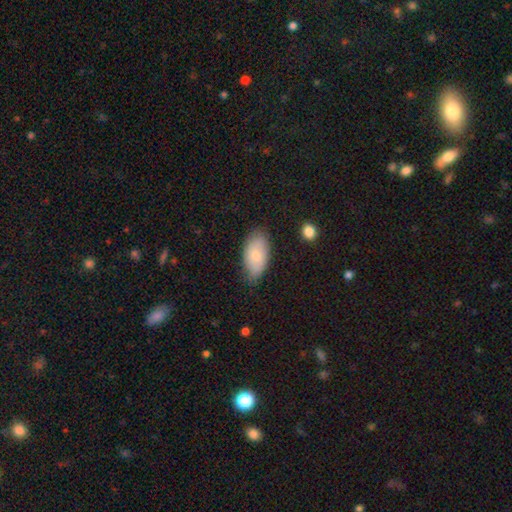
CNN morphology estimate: Overall: smooth (74%). How rounded: in between (94%). Merging: none (73%).